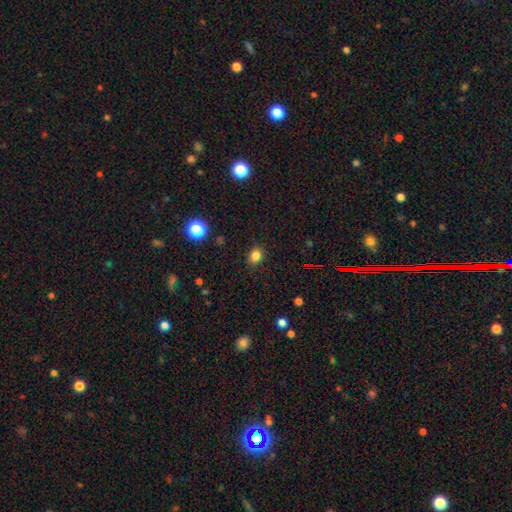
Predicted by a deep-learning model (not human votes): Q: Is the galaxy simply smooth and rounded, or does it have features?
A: smooth — 82%.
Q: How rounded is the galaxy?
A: in between — 52%.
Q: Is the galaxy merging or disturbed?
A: none — 88%.